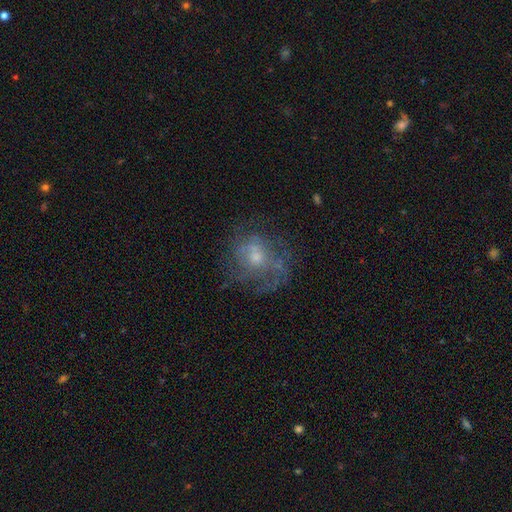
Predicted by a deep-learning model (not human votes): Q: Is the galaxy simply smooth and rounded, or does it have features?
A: featured or disk — 55%.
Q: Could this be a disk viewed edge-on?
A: no — 97%.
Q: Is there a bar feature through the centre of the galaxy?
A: no — 78%.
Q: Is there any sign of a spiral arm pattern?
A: no — 51%.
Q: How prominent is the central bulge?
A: small — 46%.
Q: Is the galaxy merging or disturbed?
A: none — 52%.